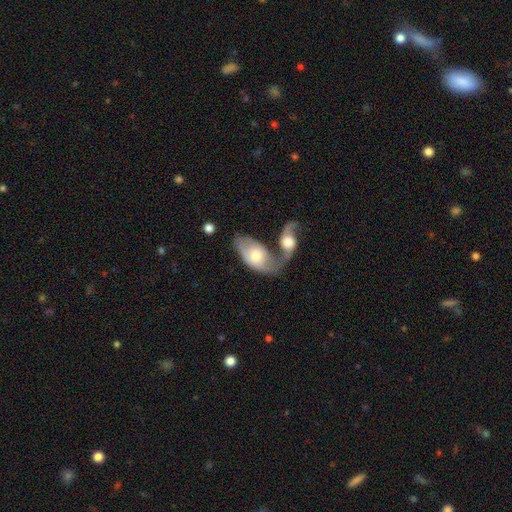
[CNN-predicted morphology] featured or disk 54%, smooth 41%, star or artifact 5%. Down the decision tree: edge-on disk — no (89%); merging — merger (65%).